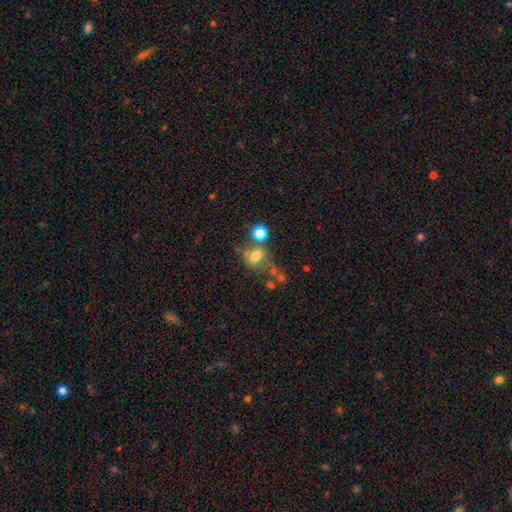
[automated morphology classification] Smooth or featured? Predicted: smooth (p=0.65). How rounded? Predicted: round (p=0.61). Merging? Predicted: none (p=0.44).